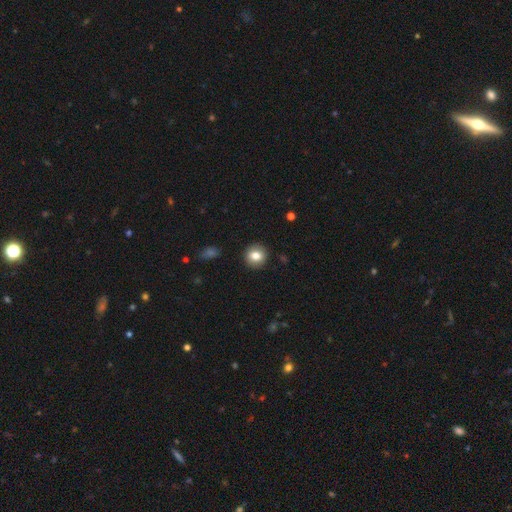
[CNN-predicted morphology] Smooth or featured? smooth (79%)
How rounded? round (88%)
Merging? none (91%)